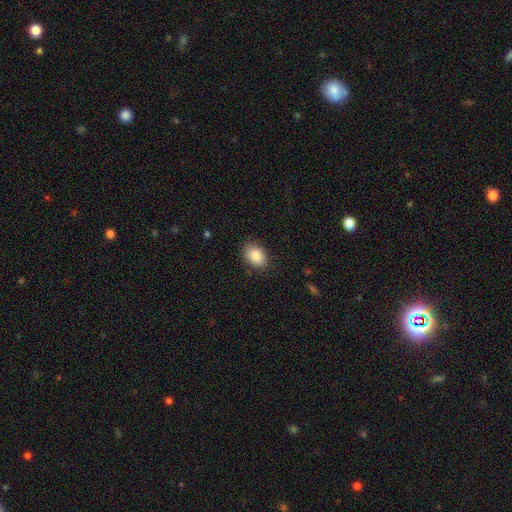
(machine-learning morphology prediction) smooth_or_featured: smooth (p=0.86) [alt: star or artifact p=0.07]
how_rounded: in between (p=0.84) [alt: round p=0.15]
merging: none (p=0.85) [alt: minor disturbance p=0.11]